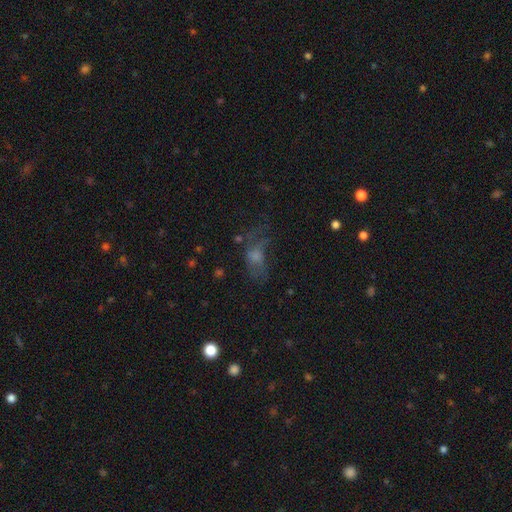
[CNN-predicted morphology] A smooth galaxy with no disk features (44%).

Vote fractions:
- Smooth or featured? smooth: 44% / featured or disk: 38% / star or artifact: 18%
- Merging? major disturbance: 40% / none: 35% / minor disturbance: 21% / merger: 4%